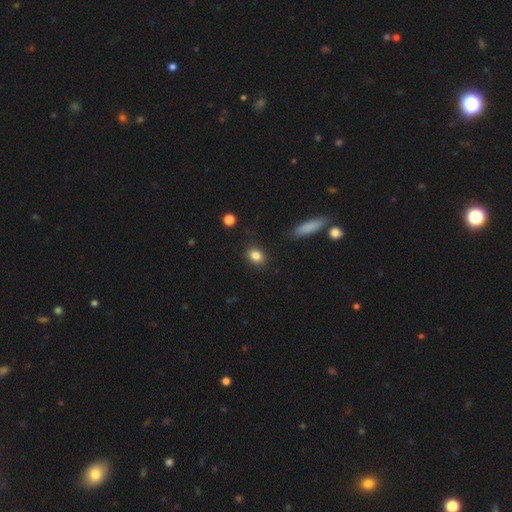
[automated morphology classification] The model was most divided on "how rounded": in between: 55%, round: 42%, cigar-shaped: 2%. More confident: merging — none (87%); smooth or featured — smooth (84%).